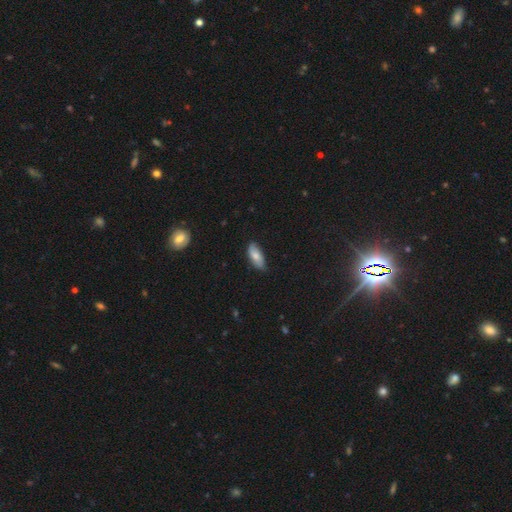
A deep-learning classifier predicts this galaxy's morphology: This is likely a smooth galaxy (74%). How rounded: clearly in between (84%). Merging: likely none (75%).